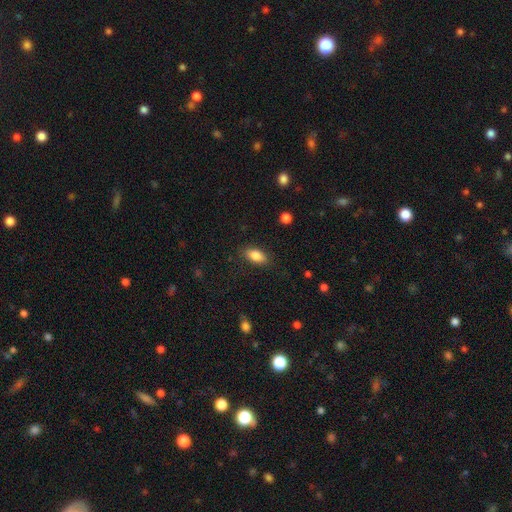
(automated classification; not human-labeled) Smooth or featured? Predicted: smooth (p=0.84). How rounded? Predicted: in between (p=0.88). Merging? Predicted: none (p=0.85).